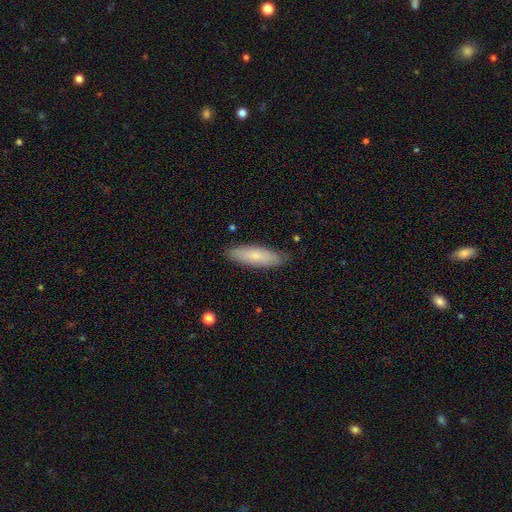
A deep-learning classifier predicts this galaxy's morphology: A smooth galaxy with no disk features (76%) that is cigar-shaped (61%).

Vote fractions:
- Smooth or featured? smooth: 76% / featured or disk: 18% / star or artifact: 6%
- How rounded? cigar-shaped: 61% / in between: 38% / round: 2%
- Merging? none: 85% / minor disturbance: 12% / major disturbance: 2% / merger: 1%